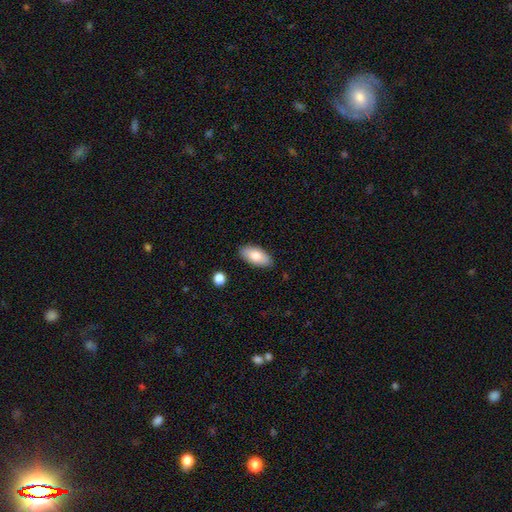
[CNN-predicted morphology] A smooth galaxy with no disk features (79%) that is in between round and cigar-shaped (92%).

Vote fractions:
- Smooth or featured? smooth: 79% / featured or disk: 14% / star or artifact: 6%
- How rounded? in between: 92% / cigar-shaped: 6% / round: 2%
- Merging? none: 86% / minor disturbance: 10% / major disturbance: 2% / merger: 2%